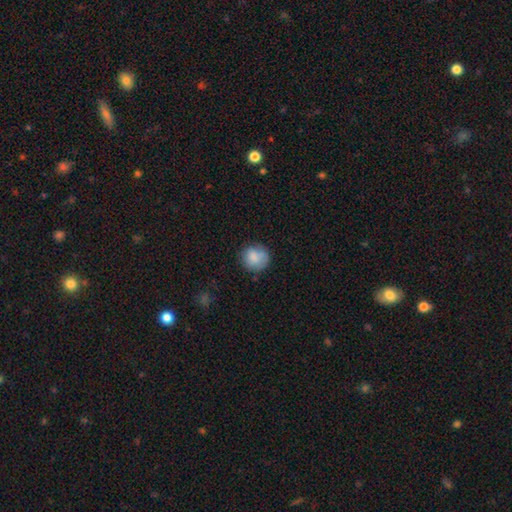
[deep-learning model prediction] smooth-or-featured: smooth: 82% | featured or disk: 11% | star or artifact: 8%
  how-rounded: round: 89% | in between: 11% | cigar-shaped: 1%
  merging: none: 73% | minor disturbance: 19% | major disturbance: 6% | merger: 3%